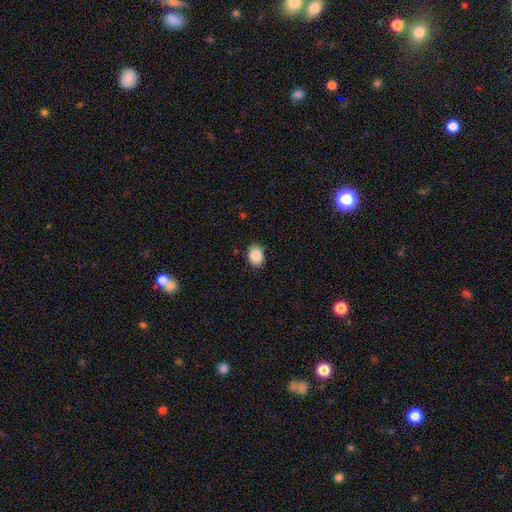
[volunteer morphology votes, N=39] smooth_or_featured: smooth (p=0.95) [alt: featured or disk p=0.03]
how_rounded: in between (p=0.65) [alt: round p=0.35]
merging: none (p=0.82) [alt: minor disturbance p=0.16]